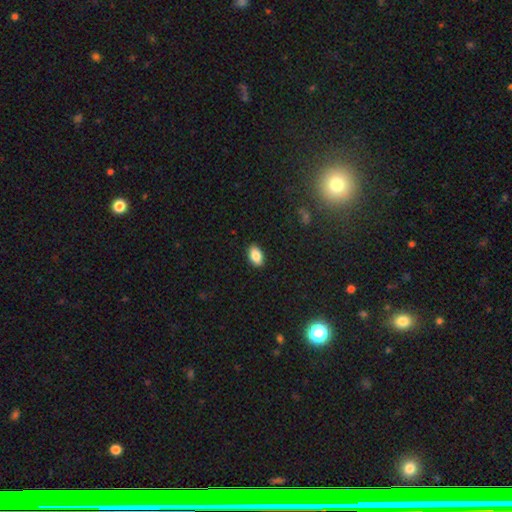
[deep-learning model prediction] Smooth or featured? smooth (85%)
How rounded? in between (92%)
Merging? none (90%)